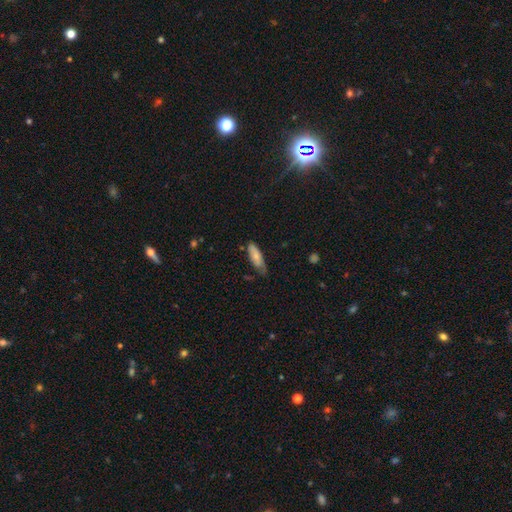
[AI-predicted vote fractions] Smooth or featured: smooth — 73% (featured or disk — 21%)
How rounded: in between — 59% (cigar-shaped — 40%)
Merging: none — 55% (minor disturbance — 34%)